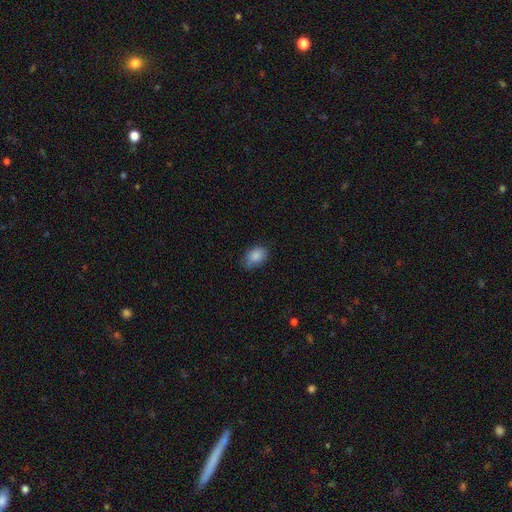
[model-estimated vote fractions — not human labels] The model was most divided on "merging": none: 69%, minor disturbance: 25%, major disturbance: 5%, merger: 1%. More confident: smooth or featured — smooth (87%); how rounded — in between (83%).